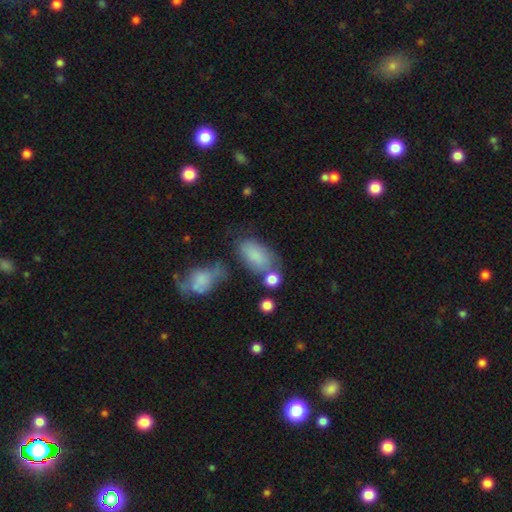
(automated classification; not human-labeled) Morphology: type=smooth (78%); roundness=in between (92%); merging=none (53%).